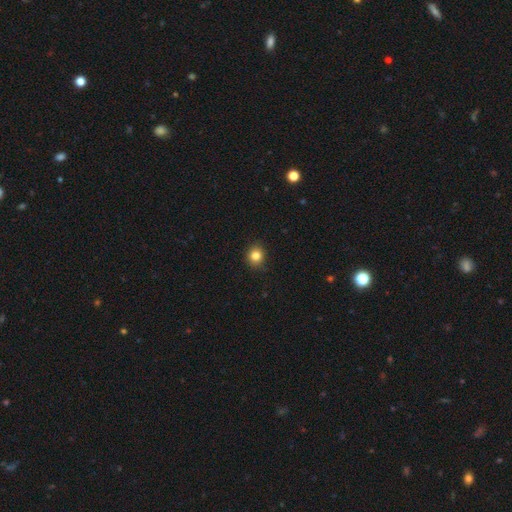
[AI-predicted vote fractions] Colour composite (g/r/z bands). It shows a smooth galaxy with no disk features (82%) that is round (85%). Merging: none (87%).